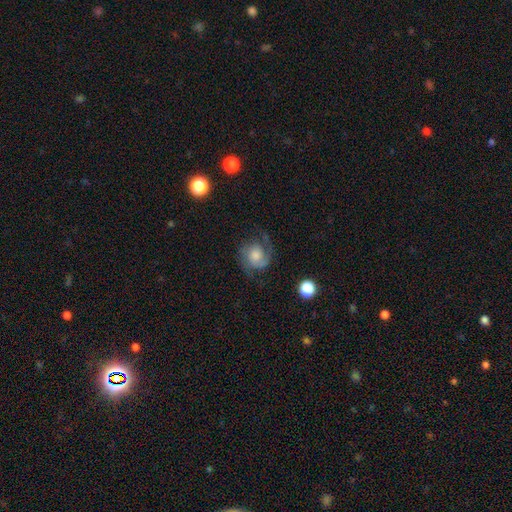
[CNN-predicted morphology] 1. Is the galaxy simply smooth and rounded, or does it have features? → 72% featured or disk, 21% smooth, 8% star or artifact.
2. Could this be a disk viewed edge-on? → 98% no, 2% yes.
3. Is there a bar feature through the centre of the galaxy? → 73% no, 23% weak, 4% strong.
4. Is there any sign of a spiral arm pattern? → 95% yes, 5% no.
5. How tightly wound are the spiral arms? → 45% medium, 36% tight, 20% loose.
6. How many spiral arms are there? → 72% 2, 15% 1, 7% can't tell, 3% 3, 2% 4, 2% more than 4.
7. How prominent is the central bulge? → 35% moderate, 25% large, 22% small, 13% none, 5% dominant.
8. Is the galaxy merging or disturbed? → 63% none, 19% minor disturbance, 16% major disturbance, 2% merger.